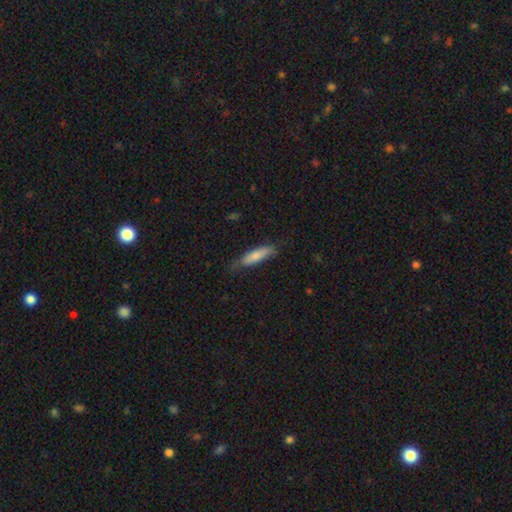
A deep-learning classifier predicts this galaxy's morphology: Smooth or featured?
  - smooth: 74% *
  - featured or disk: 20%
  - star or artifact: 6%
How rounded?
  - cigar-shaped: 64% *
  - in between: 34%
  - round: 2%
Merging?
  - none: 67% *
  - minor disturbance: 26%
  - major disturbance: 6%
  - merger: 2%